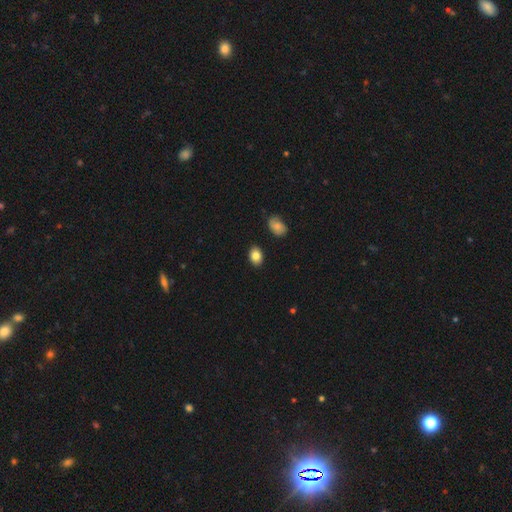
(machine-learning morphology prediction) The model was most divided on "how rounded": in between: 79%, round: 20%, cigar-shaped: 1%. More confident: merging — none (88%); smooth or featured — smooth (85%).